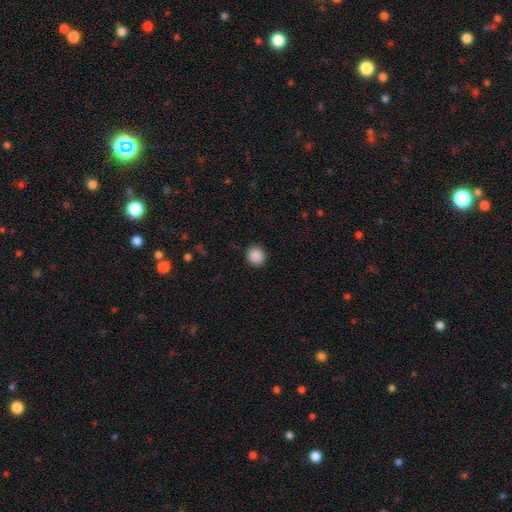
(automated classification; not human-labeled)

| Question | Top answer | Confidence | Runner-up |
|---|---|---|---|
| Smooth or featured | smooth | 89% | star or artifact (9%) |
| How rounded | round | 87% | in between (12%) |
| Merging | none | 91% | minor disturbance (6%) |